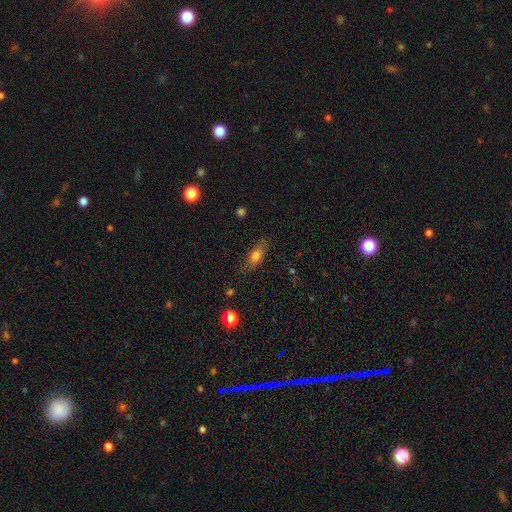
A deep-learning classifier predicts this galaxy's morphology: Overall: smooth (68%). How rounded: in between (65%; cigar-shaped 30%). Merging: none (79%).